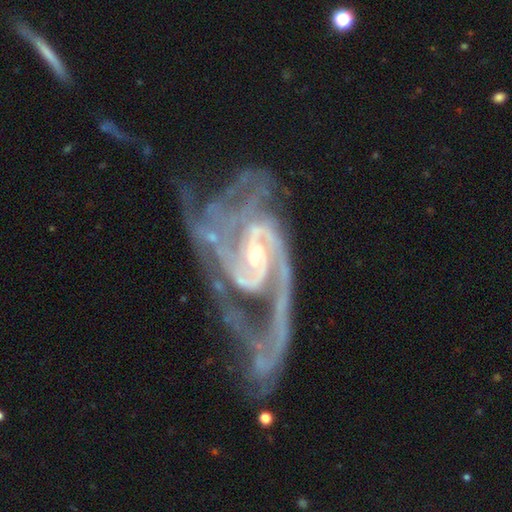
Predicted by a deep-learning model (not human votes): Overall: featured or disk (93%). Edge-on disk: no (98%). Bar: weak (42%; no 37%). Spiral arms: yes (98%). Spiral arm count: 2 (48%; 3 16%). Spiral winding: medium (48%; tight 32%). Bulge size: small (63%; moderate 31%). Merging: major disturbance (46%; none 29%).